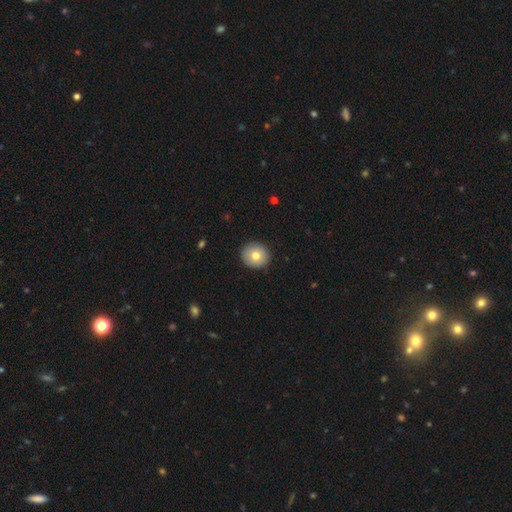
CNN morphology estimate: Smooth or featured? Predicted: smooth (p=0.76). How rounded? Predicted: round (p=0.91). Merging? Predicted: none (p=0.91).